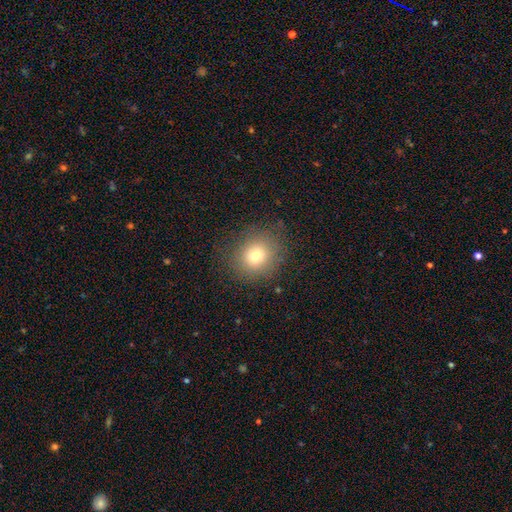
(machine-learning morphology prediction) smooth-or-featured: smooth: 75% | star or artifact: 14% | featured or disk: 11%
  how-rounded: round: 82% | in between: 17% | cigar-shaped: 1%
  merging: none: 84% | minor disturbance: 10% | major disturbance: 5% | merger: 1%